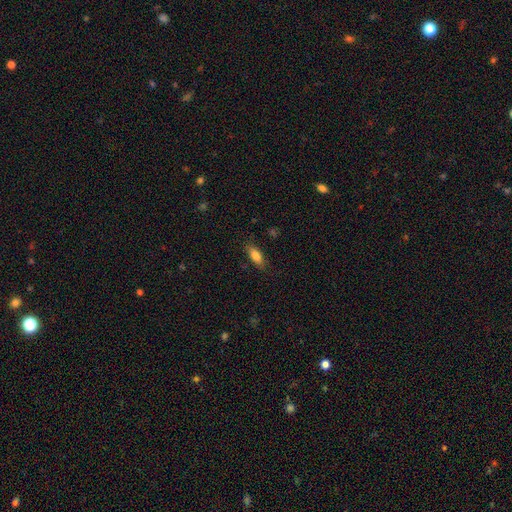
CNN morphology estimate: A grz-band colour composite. It shows a smooth galaxy with no disk features (81%) that is in between round and cigar-shaped (74%). Merging: none (82%).